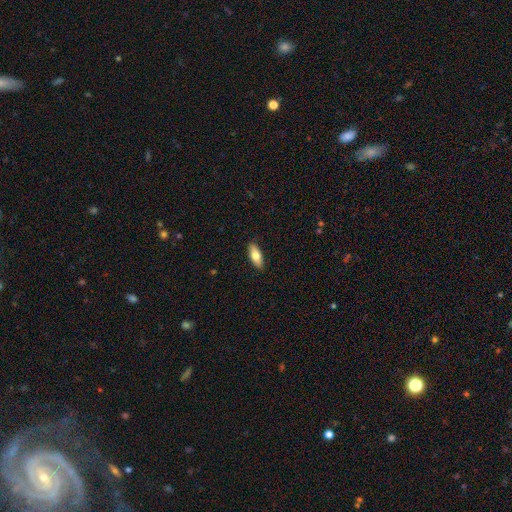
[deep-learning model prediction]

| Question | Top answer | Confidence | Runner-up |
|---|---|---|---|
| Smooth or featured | smooth | 71% | featured or disk (23%) |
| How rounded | in between | 74% | cigar-shaped (24%) |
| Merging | none | 90% | minor disturbance (8%) |